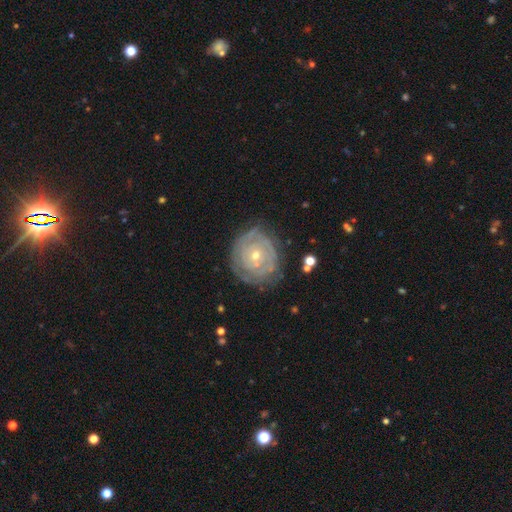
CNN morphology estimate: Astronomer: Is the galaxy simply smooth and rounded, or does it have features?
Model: featured or disk — 79%.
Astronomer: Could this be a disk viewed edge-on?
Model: no — 97%.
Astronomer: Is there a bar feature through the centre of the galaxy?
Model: no — 79%.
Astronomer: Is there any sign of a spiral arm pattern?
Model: yes — 84%.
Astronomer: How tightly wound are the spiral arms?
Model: tight — 81%.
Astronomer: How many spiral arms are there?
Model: can't tell — 45% (runner-up: 2, 24%).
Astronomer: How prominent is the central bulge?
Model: small — 63%.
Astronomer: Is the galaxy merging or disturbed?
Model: none — 74%.